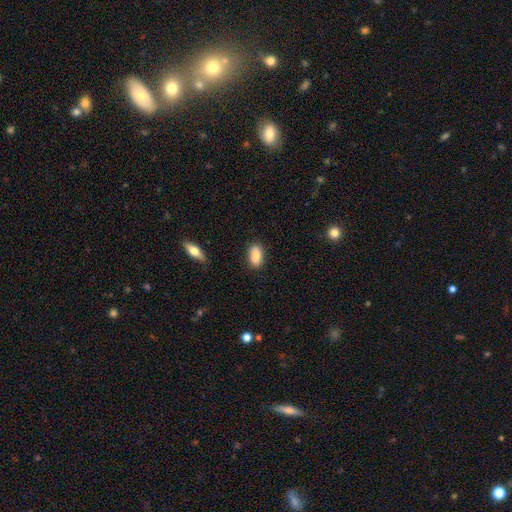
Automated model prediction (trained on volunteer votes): A smooth galaxy with no disk features (88%) that is in between round and cigar-shaped (90%). Merging: none (86%).